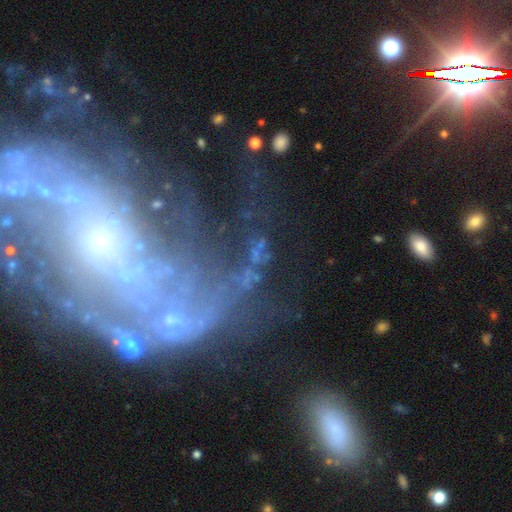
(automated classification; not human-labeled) Morphology: type=featured or disk (67%); edge-on=no (95%); bar=no (71%); spiral arms=yes (66%); bulge=small (54%); merging=none (40%).